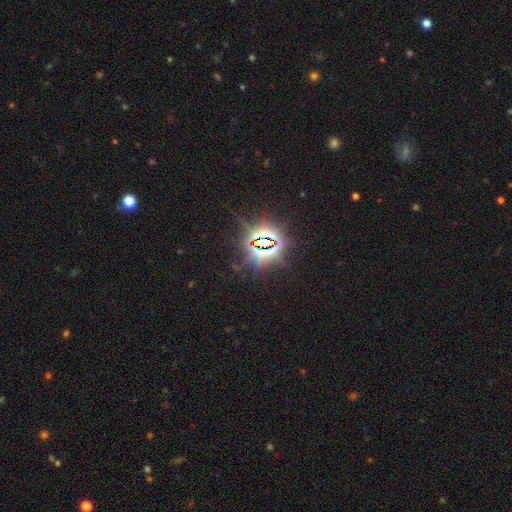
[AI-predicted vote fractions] Overall: star or artifact (85%).